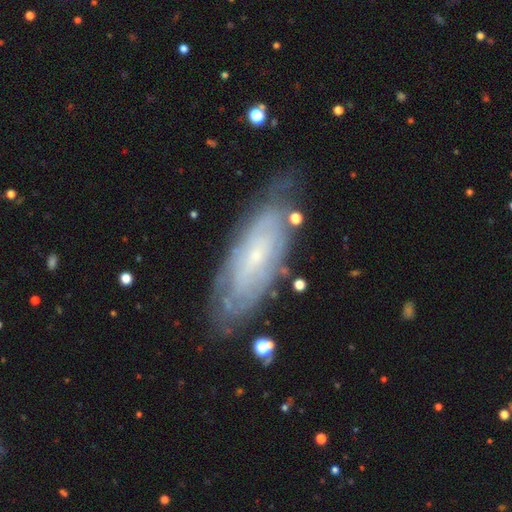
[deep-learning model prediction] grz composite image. It shows a featured or disk galaxy (71%) with no bar (72%), spiral arms (84%) and a small central bulge (82%). Merging: none (73%).